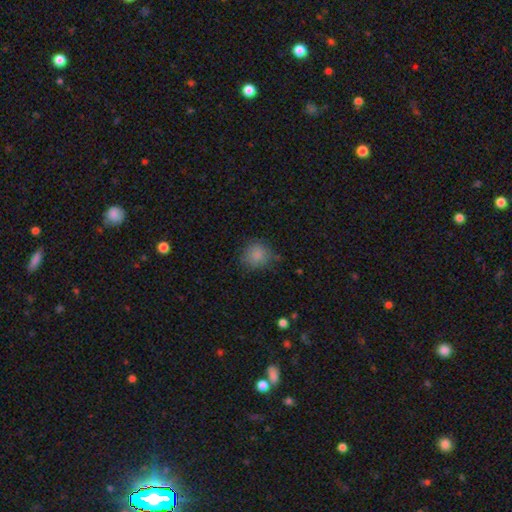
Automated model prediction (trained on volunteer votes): Overall: smooth (83%). How rounded: round (86%). Merging: none (75%).